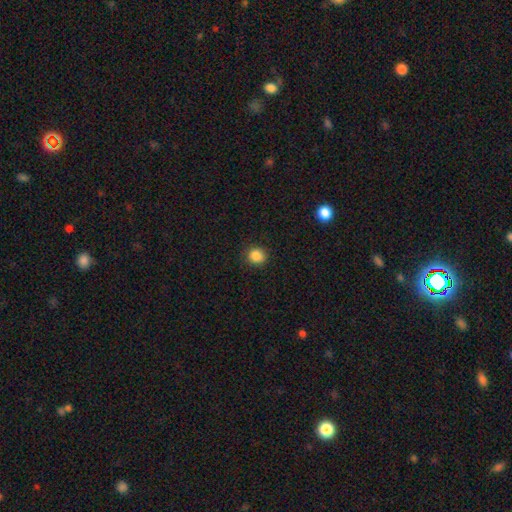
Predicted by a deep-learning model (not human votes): smooth_or_featured: smooth (p=0.85) [alt: star or artifact p=0.11]
how_rounded: round (p=0.85) [alt: in between p=0.14]
merging: none (p=0.88) [alt: minor disturbance p=0.09]